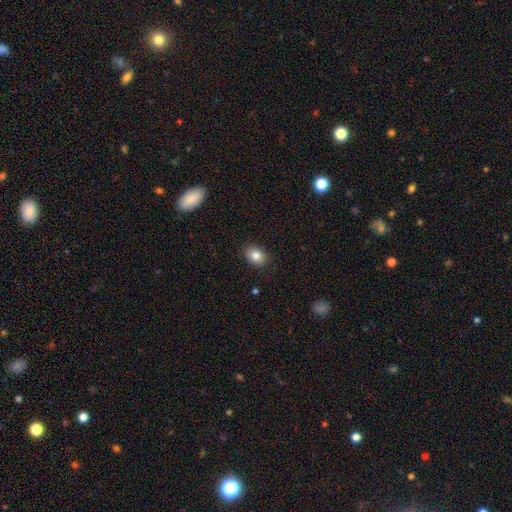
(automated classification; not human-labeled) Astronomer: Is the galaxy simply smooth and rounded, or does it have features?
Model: smooth — 83%.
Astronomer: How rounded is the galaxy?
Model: in between — 73%.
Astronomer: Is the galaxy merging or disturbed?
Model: none — 89%.